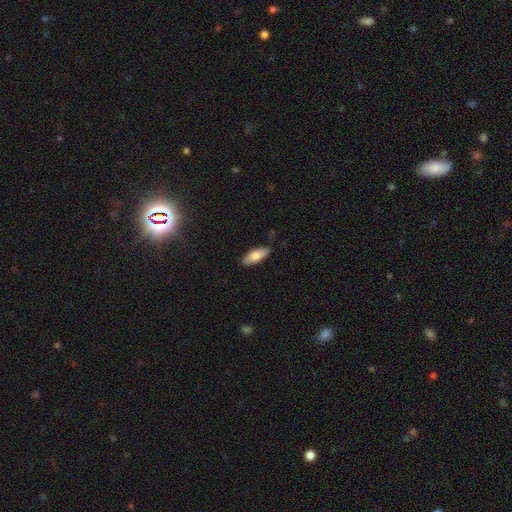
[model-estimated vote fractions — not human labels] smooth 79%, featured or disk 15%, star or artifact 6%. Down the decision tree: how rounded — in between (75%); merging — none (84%).